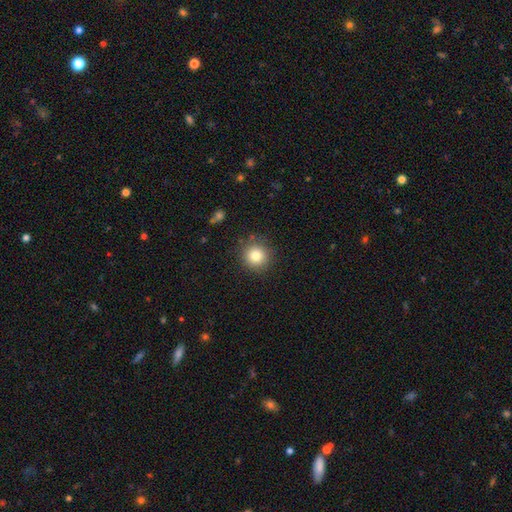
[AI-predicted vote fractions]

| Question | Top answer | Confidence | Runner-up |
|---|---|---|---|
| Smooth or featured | smooth | 82% | star or artifact (11%) |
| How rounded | round | 94% | in between (6%) |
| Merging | none | 88% | minor disturbance (8%) |